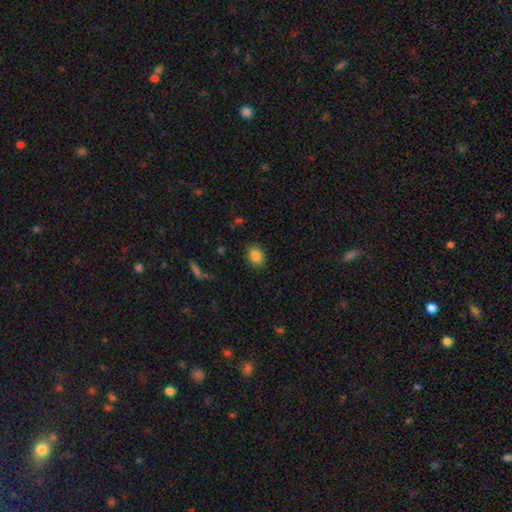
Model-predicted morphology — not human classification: smooth 86%, star or artifact 9%, featured or disk 5%. Down the decision tree: how rounded — in between (56%); merging — none (87%).